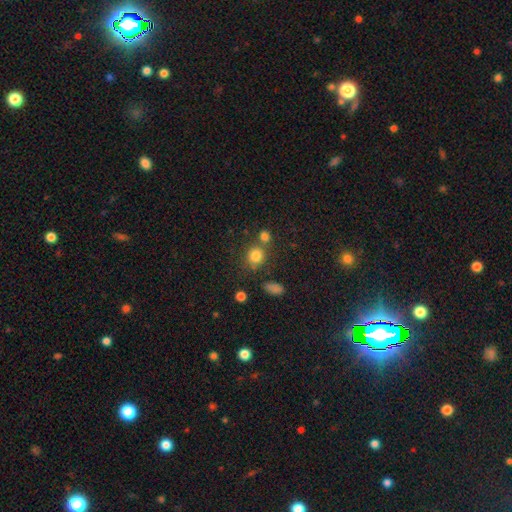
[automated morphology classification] Smooth or featured: smooth — 80% (star or artifact — 13%)
How rounded: round — 79% (in between — 20%)
Merging: none — 64% (merger — 20%)